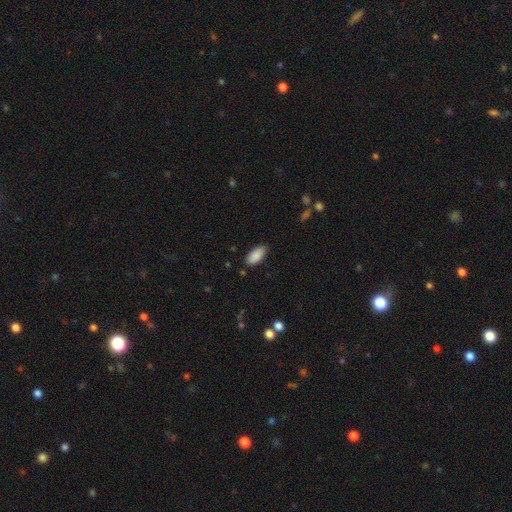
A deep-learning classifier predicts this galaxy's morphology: type=smooth (89%); roundness=in between (89%); merging=none (83%).